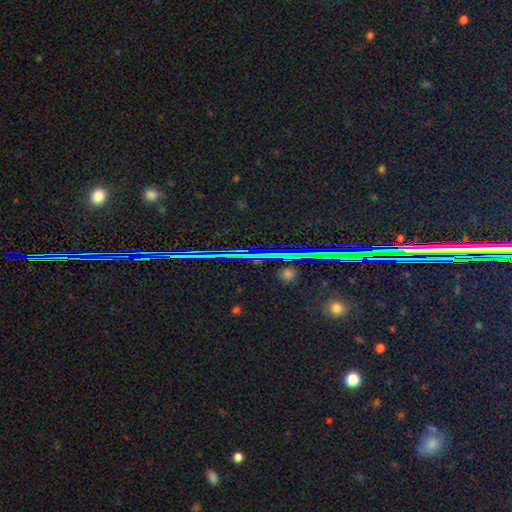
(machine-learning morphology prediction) Smooth or featured? star or artifact (86%)